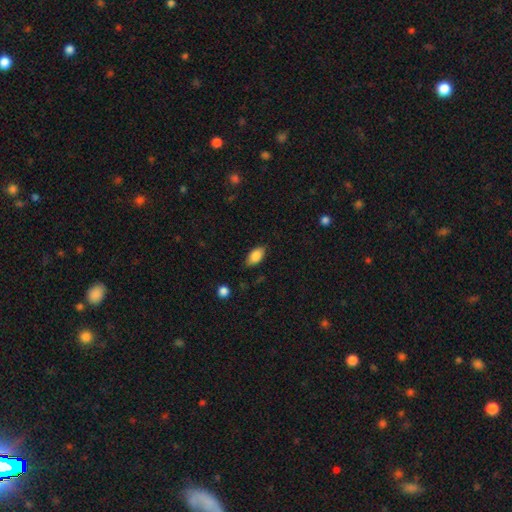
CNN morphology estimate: A smooth galaxy with no disk features (85%) that is in between round and cigar-shaped (91%).

Vote fractions:
- Smooth or featured? smooth: 85% / featured or disk: 8% / star or artifact: 7%
- How rounded? in between: 91% / round: 5% / cigar-shaped: 3%
- Merging? none: 81% / minor disturbance: 15% / major disturbance: 3% / merger: 1%